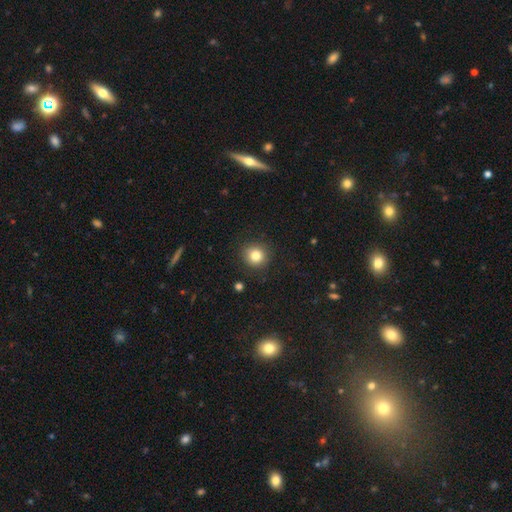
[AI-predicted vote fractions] The model was most divided on "smooth or featured": smooth: 82%, star or artifact: 12%, featured or disk: 7%. More confident: how rounded — round (90%); merging — none (89%).